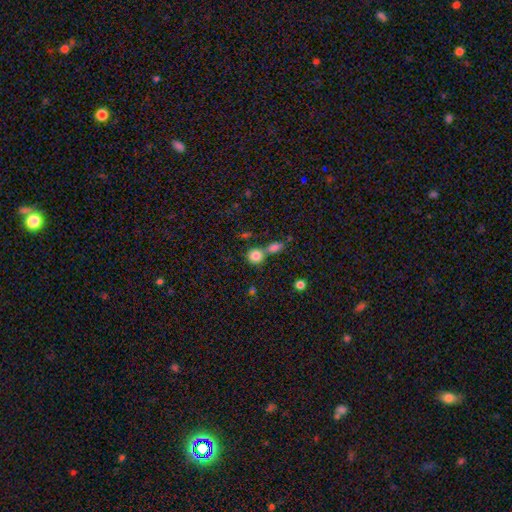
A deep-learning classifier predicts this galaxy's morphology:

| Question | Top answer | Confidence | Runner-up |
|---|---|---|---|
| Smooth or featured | smooth | 83% | star or artifact (10%) |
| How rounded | round | 87% | in between (12%) |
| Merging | none | 54% | merger (34%) |